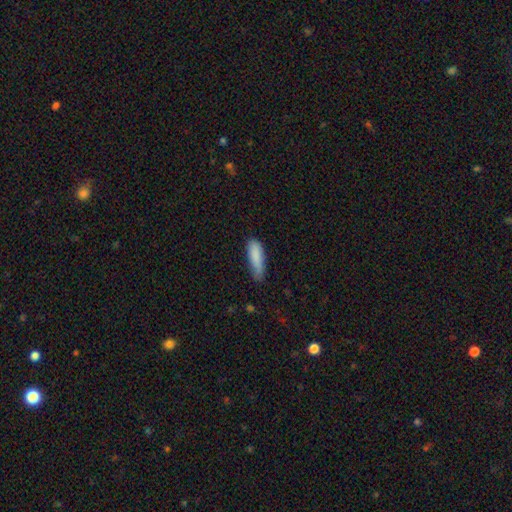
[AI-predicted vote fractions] Smooth or featured? Predicted: smooth (p=0.86). How rounded? Predicted: cigar-shaped (p=0.52). Merging? Predicted: none (p=0.49).